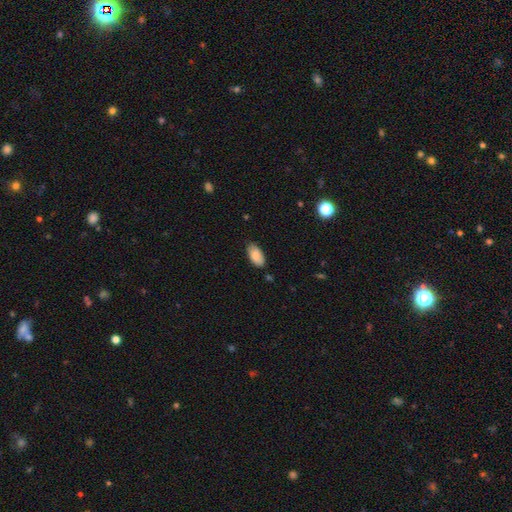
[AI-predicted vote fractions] smooth-or-featured: smooth: 85% | featured or disk: 8% | star or artifact: 7%
  how-rounded: in between: 94% | cigar-shaped: 4% | round: 2%
  merging: none: 80% | minor disturbance: 17% | major disturbance: 2% | merger: 1%